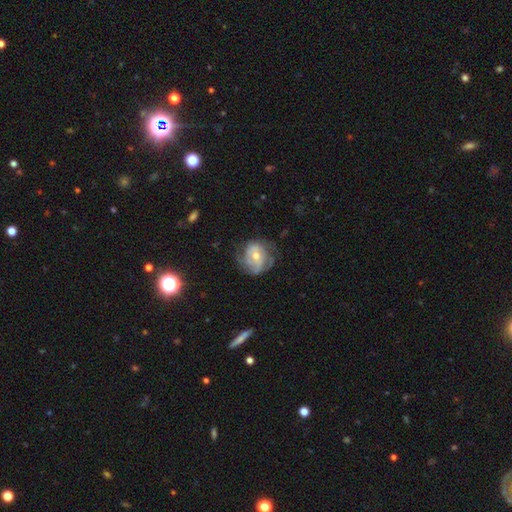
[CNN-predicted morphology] Overall: featured or disk (75%). Edge-on disk: no (97%). Bar: no (57%; weak 32%). Spiral arms: yes (88%). Spiral arm count: can't tell (32%; 2 30%). Spiral winding: tight (49%; medium 36%). Bulge size: moderate (51%; small 44%). Merging: none (63%).